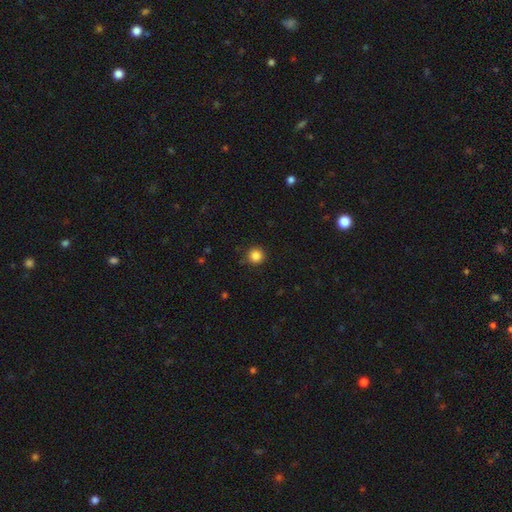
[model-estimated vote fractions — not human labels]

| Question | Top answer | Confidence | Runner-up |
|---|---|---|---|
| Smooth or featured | smooth | 86% | star or artifact (11%) |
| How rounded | round | 95% | in between (4%) |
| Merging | none | 89% | minor disturbance (8%) |